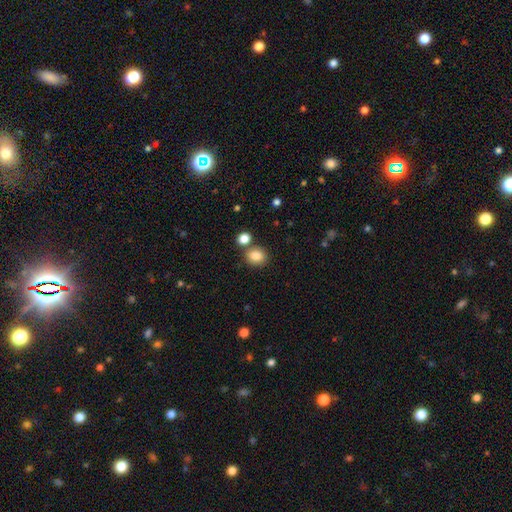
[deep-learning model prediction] Smooth or featured: smooth — 84% (star or artifact — 10%)
How rounded: round — 68% (in between — 31%)
Merging: none — 73% (merger — 15%)